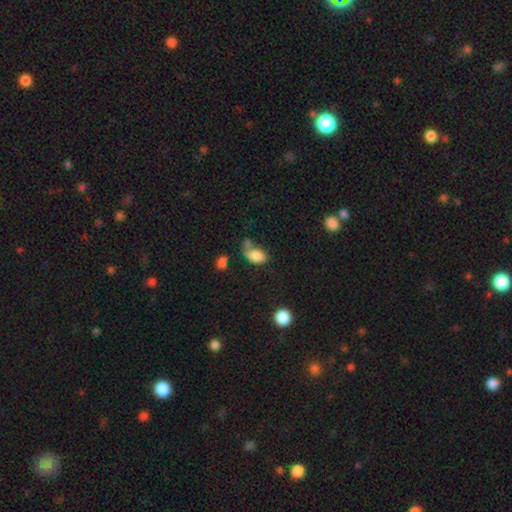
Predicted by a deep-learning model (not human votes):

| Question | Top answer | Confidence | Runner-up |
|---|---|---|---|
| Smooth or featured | smooth | 82% | star or artifact (9%) |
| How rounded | in between | 84% | round (14%) |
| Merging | none | 36% | minor disturbance (25%) |